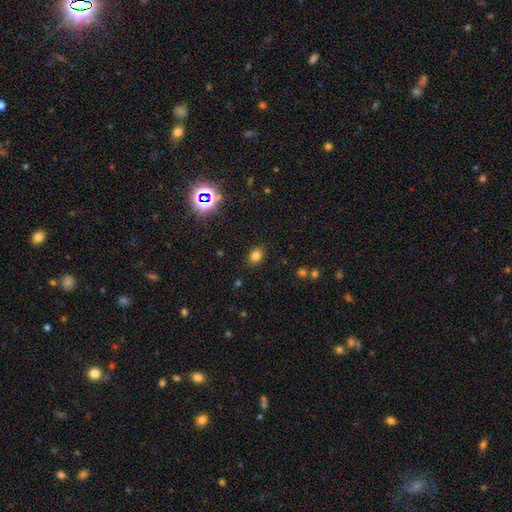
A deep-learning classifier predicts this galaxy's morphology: smooth_or_featured: smooth (p=0.78) [alt: star or artifact p=0.16]
how_rounded: in between (p=0.58) [alt: round p=0.41]
merging: none (p=0.86) [alt: minor disturbance p=0.10]